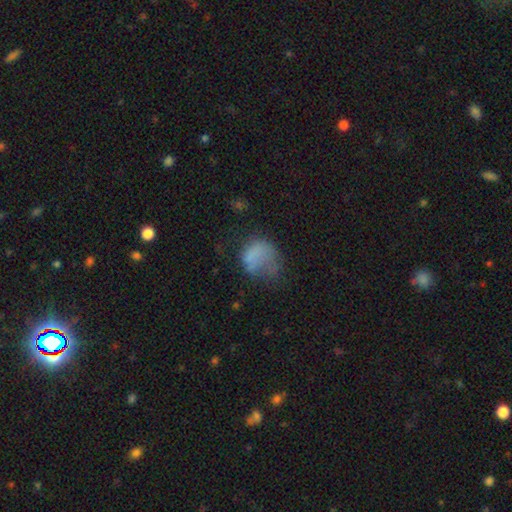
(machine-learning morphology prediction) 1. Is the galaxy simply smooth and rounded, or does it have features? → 64% smooth, 22% featured or disk, 14% star or artifact.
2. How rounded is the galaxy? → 54% round, 44% in between, 1% cigar-shaped.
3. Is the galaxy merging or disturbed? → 38% major disturbance, 31% none, 25% minor disturbance, 5% merger.